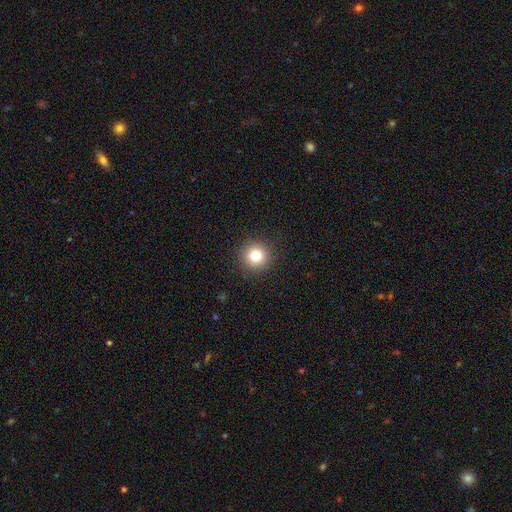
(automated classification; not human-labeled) smooth_or_featured: smooth (p=0.82) [alt: star or artifact p=0.12]
how_rounded: round (p=0.94) [alt: in between p=0.05]
merging: none (p=0.91) [alt: minor disturbance p=0.06]